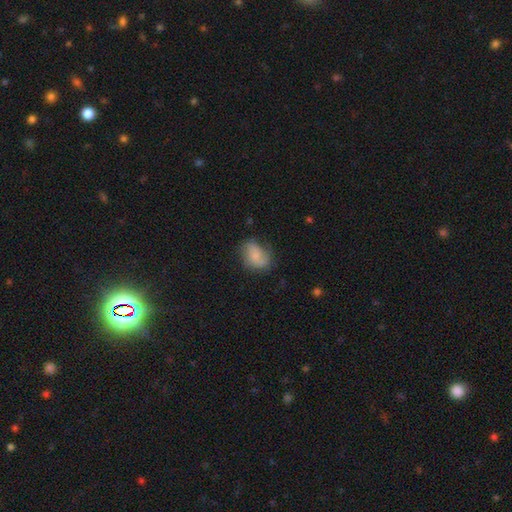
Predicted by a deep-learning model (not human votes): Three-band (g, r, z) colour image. It shows a smooth galaxy with no disk features (56%) that is in between round and cigar-shaped (68%). Merging: none (57%).